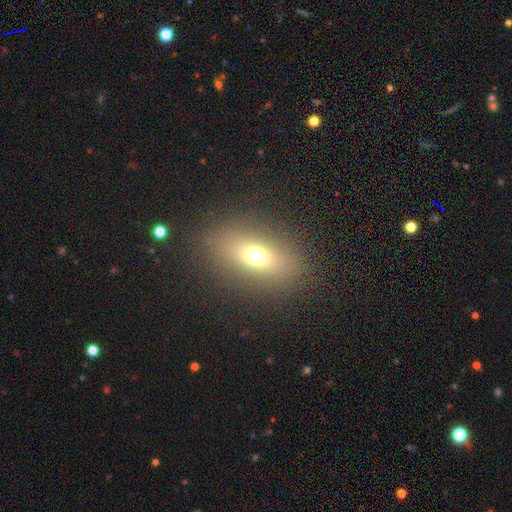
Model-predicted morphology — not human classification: Smooth or featured?
  - smooth: 66% *
  - featured or disk: 18%
  - star or artifact: 16%
How rounded?
  - in between: 74% *
  - round: 19%
  - cigar-shaped: 7%
Merging?
  - none: 85% *
  - minor disturbance: 9%
  - major disturbance: 5%
  - merger: 1%